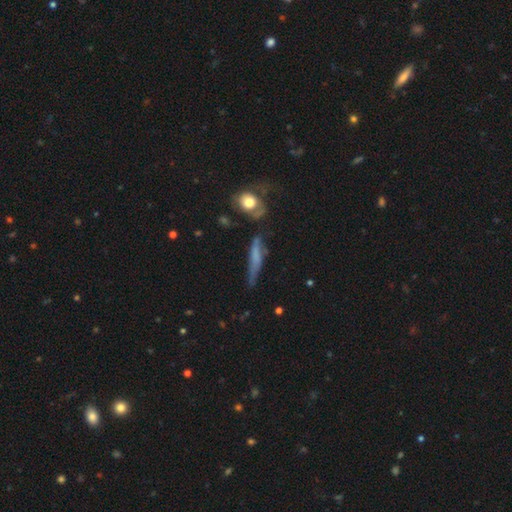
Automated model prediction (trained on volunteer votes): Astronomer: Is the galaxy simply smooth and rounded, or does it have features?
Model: smooth — 49% (runner-up: featured or disk, 40%).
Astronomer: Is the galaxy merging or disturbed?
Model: none — 46% (runner-up: minor disturbance, 29%).